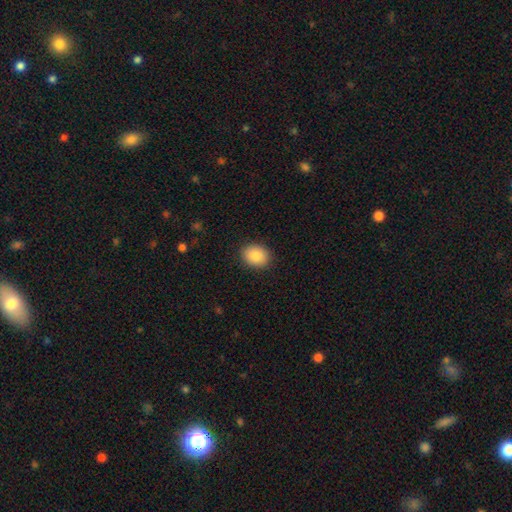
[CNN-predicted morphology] This is clearly a smooth galaxy (88%). How rounded: possibly in between (55%). Merging: clearly none (89%).